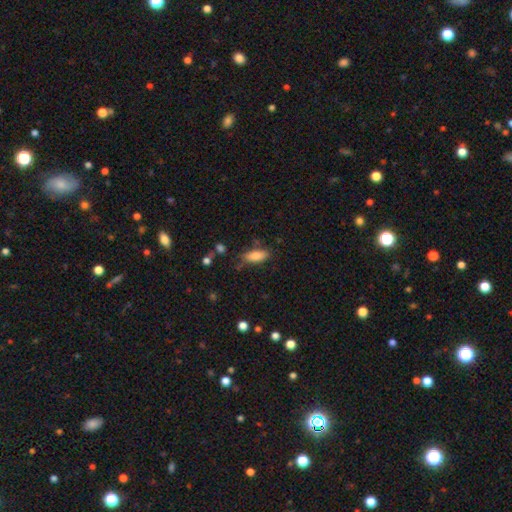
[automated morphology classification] Overall: smooth (80%). How rounded: in between (78%). Merging: none (70%).